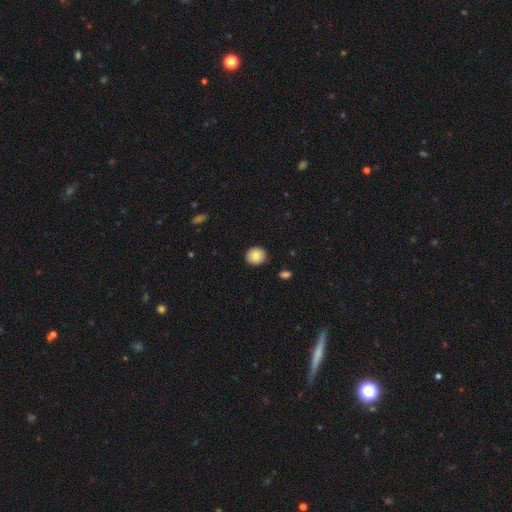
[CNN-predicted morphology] Smooth or featured? smooth (85%)
How rounded? round (84%)
Merging? none (89%)